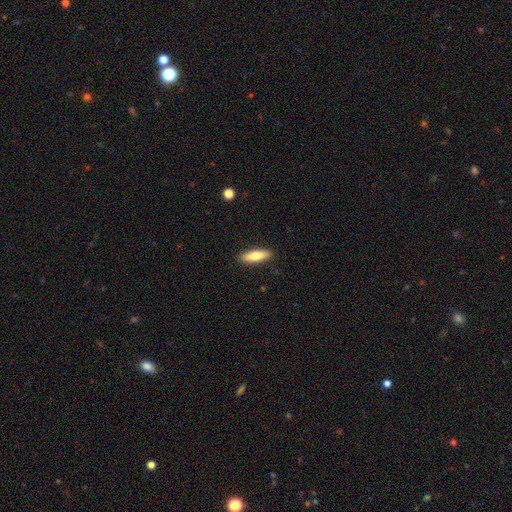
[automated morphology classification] Overall: smooth (73%). How rounded: cigar-shaped (52%; in between 46%). Merging: none (90%).